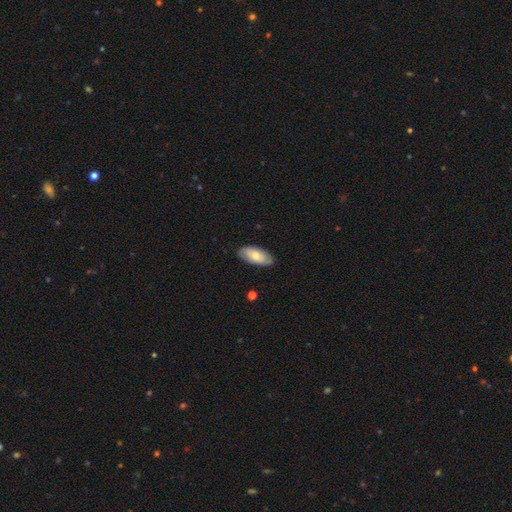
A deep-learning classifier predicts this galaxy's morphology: smooth-or-featured: smooth: 66% | featured or disk: 28% | star or artifact: 6%
  how-rounded: in between: 91% | cigar-shaped: 7% | round: 2%
  merging: none: 82% | minor disturbance: 14% | major disturbance: 2% | merger: 1%